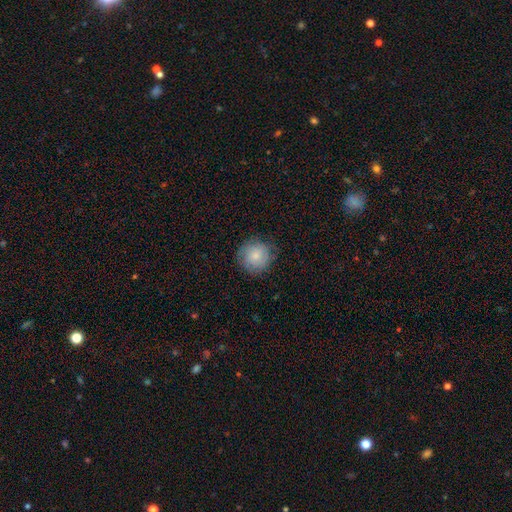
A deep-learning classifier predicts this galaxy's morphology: smooth 79%, featured or disk 14%, star or artifact 7%. Down the decision tree: how rounded — round (93%); merging — none (79%).